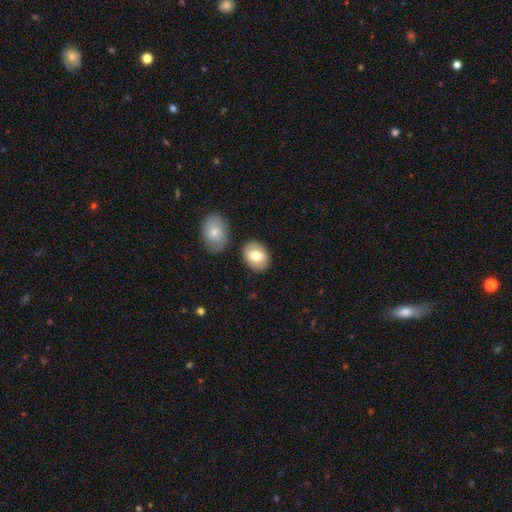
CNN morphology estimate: This appears to be a smooth galaxy with no disk features (76%) that is in between round and cigar-shaped (66%). Merging: none (79%).